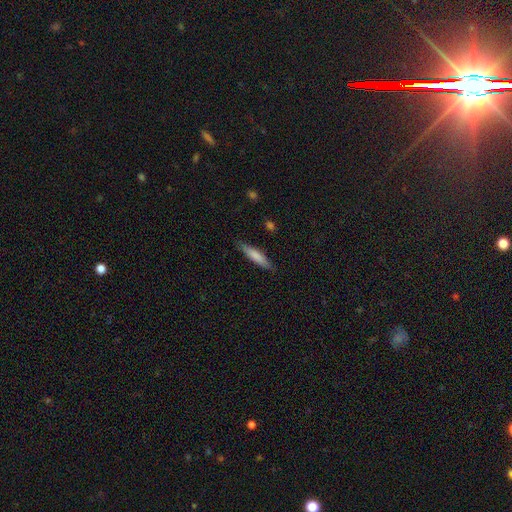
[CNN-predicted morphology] Smooth or featured? smooth (74%)
How rounded? cigar-shaped (85%)
Merging? none (86%)